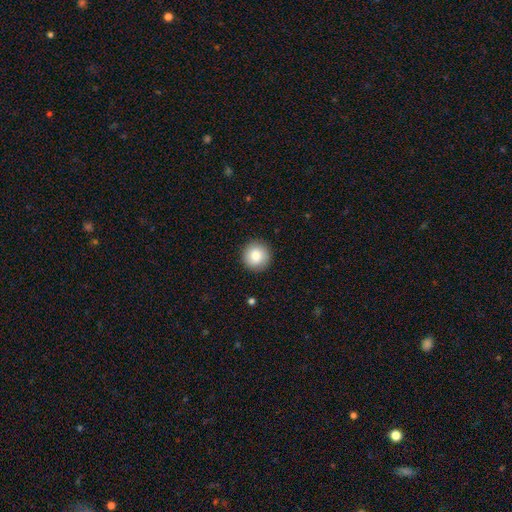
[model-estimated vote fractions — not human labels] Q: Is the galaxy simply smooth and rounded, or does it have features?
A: smooth — 83%.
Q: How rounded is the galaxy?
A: round — 95%.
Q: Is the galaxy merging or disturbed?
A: none — 92%.